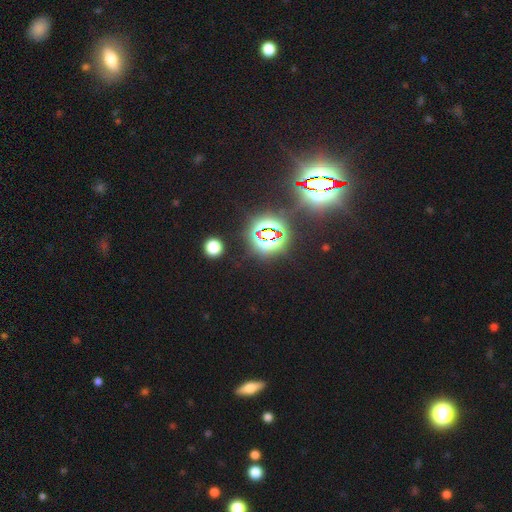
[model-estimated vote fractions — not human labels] smooth-or-featured: star or artifact: 80% | smooth: 13% | featured or disk: 7%